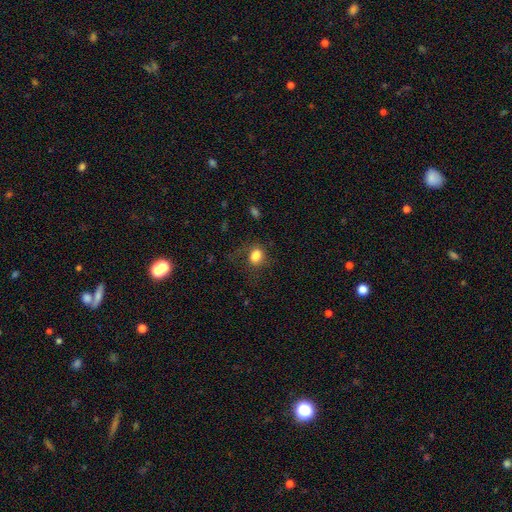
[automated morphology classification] The model was most divided on "how rounded": in between: 62%, round: 37%, cigar-shaped: 1%. More confident: smooth or featured — smooth (82%); merging — none (62%).